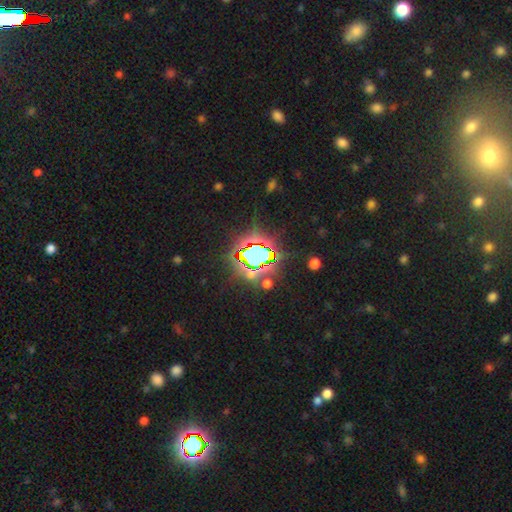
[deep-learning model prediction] This appears to be a star or artifact, not a galaxy (74%).